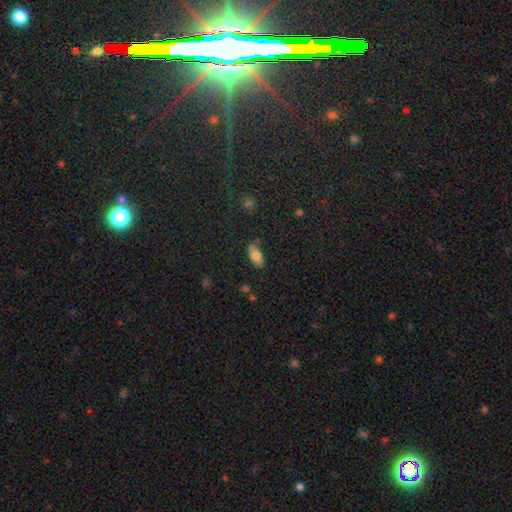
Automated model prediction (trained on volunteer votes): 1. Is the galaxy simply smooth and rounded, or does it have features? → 75% smooth, 17% featured or disk, 8% star or artifact.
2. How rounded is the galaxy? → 89% in between, 8% cigar-shaped, 3% round.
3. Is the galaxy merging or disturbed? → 78% none, 16% minor disturbance, 3% major disturbance, 3% merger.